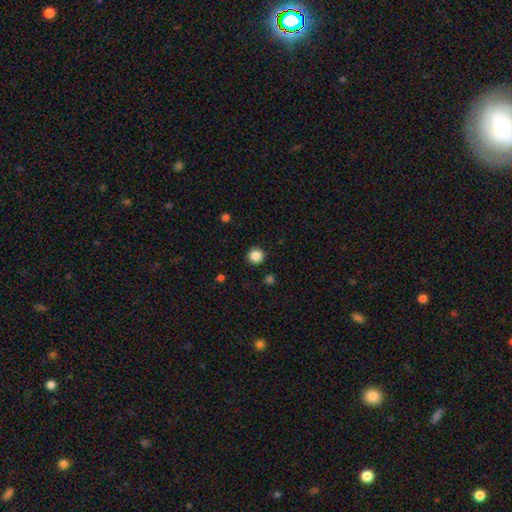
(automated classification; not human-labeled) Morphology: type=smooth (86%); roundness=round (96%); merging=none (93%).